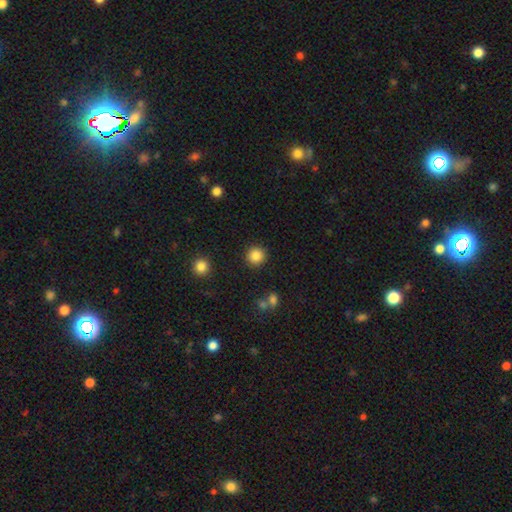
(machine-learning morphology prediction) The model was most divided on "smooth or featured": smooth: 86%, star or artifact: 10%, featured or disk: 4%. More confident: how rounded — round (94%); merging — none (91%).